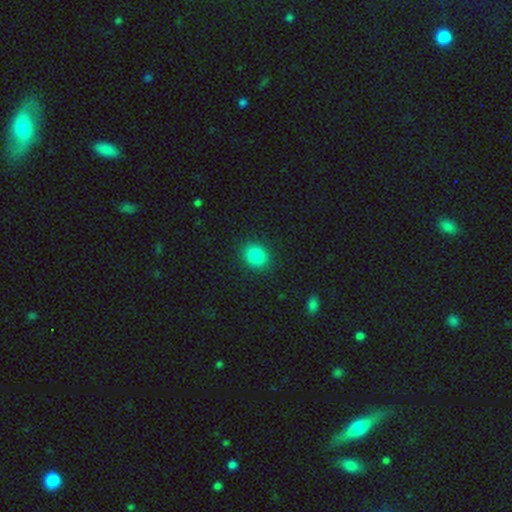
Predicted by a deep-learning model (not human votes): A smooth galaxy with no disk features (84%) that is round (63%). Merging: none (89%).